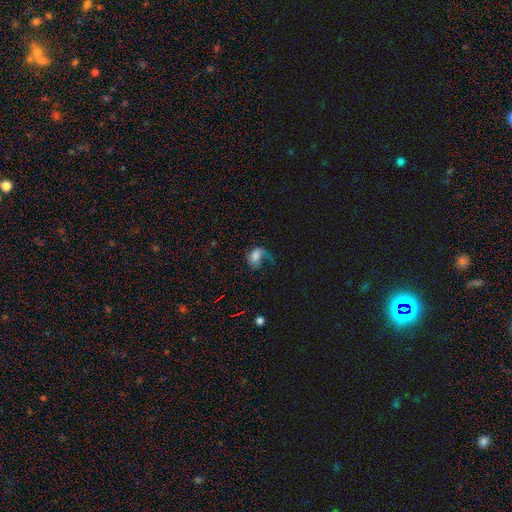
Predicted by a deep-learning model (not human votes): smooth 51%, featured or disk 37%, star or artifact 11%. Down the decision tree: how rounded — in between (73%); merging — major disturbance (51%).